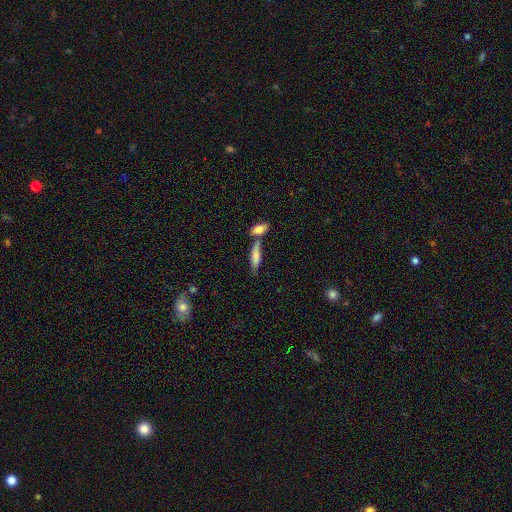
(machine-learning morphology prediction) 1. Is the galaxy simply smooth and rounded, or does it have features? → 75% smooth, 19% featured or disk, 7% star or artifact.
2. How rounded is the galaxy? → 60% cigar-shaped, 37% in between, 2% round.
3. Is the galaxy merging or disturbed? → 48% none, 31% merger, 15% minor disturbance, 5% major disturbance.